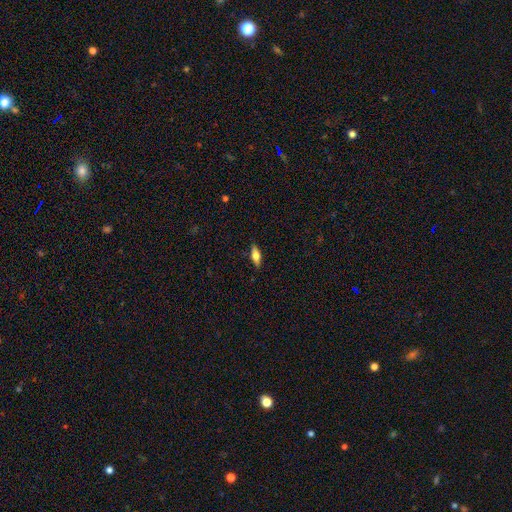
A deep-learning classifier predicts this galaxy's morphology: Overall: smooth (60%; featured or disk 33%). How rounded: in between (64%; cigar-shaped 33%). Merging: none (87%).